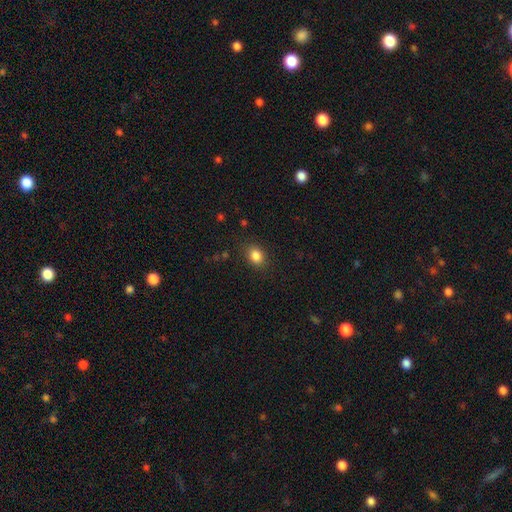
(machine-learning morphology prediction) Smooth or featured? Predicted: smooth (p=0.85). How rounded? Predicted: in between (p=0.54). Merging? Predicted: none (p=0.86).